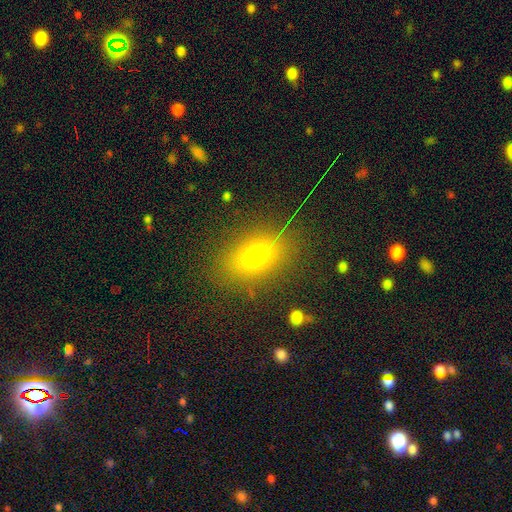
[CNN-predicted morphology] Smooth or featured: smooth — 67% (star or artifact — 17%)
How rounded: in between — 72% (round — 23%)
Merging: none — 83% (minor disturbance — 10%)